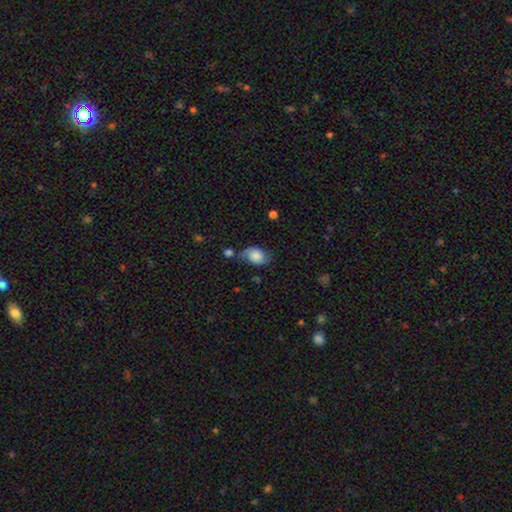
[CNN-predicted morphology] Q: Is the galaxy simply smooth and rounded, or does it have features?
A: smooth — 62%.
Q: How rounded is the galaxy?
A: in between — 74%.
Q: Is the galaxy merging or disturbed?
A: none — 51%.